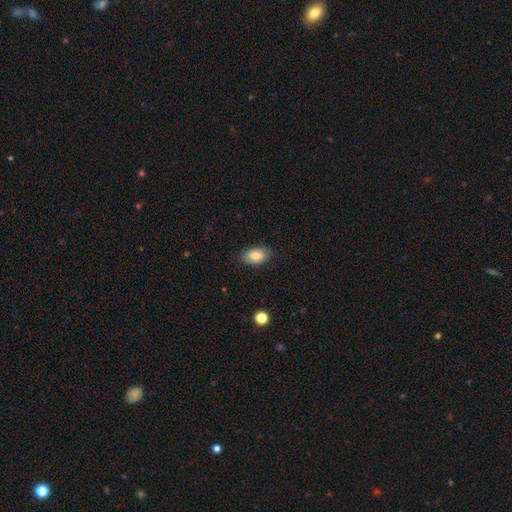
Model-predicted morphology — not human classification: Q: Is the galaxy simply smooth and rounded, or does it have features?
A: smooth — 86%.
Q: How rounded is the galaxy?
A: in between — 90%.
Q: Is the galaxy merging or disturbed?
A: none — 84%.